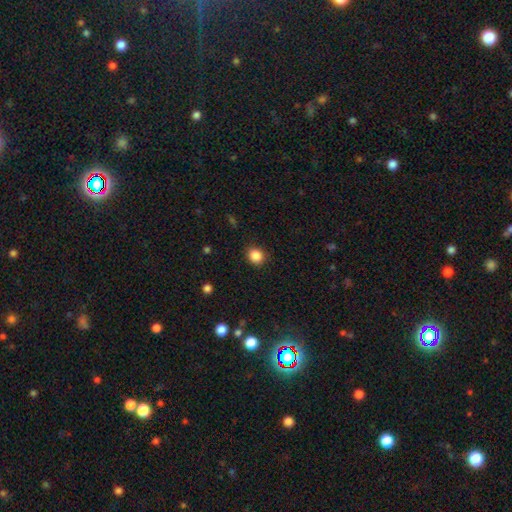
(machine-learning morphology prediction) This appears to be a smooth galaxy with no disk features (87%) that is round (82%). Merging: none (88%).